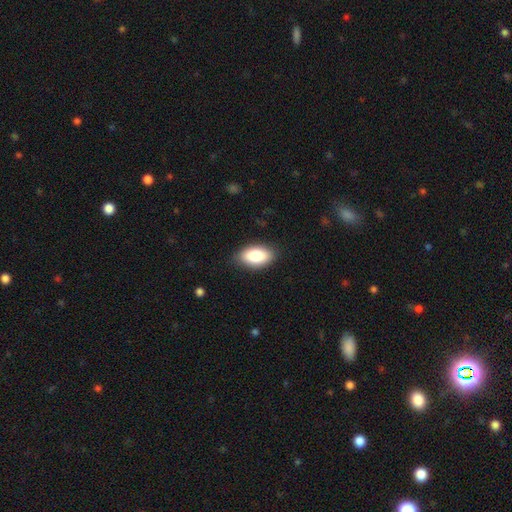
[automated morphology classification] The model was most divided on "merging": none: 85%, minor disturbance: 11%, major disturbance: 3%, merger: 1%. More confident: how rounded — in between (93%); smooth or featured — smooth (84%).